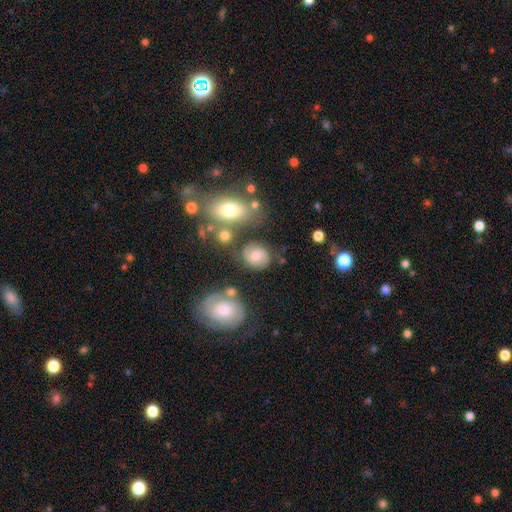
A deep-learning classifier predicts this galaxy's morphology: Smooth or featured? smooth (55%)
How rounded? round (61%)
Merging? none (71%)